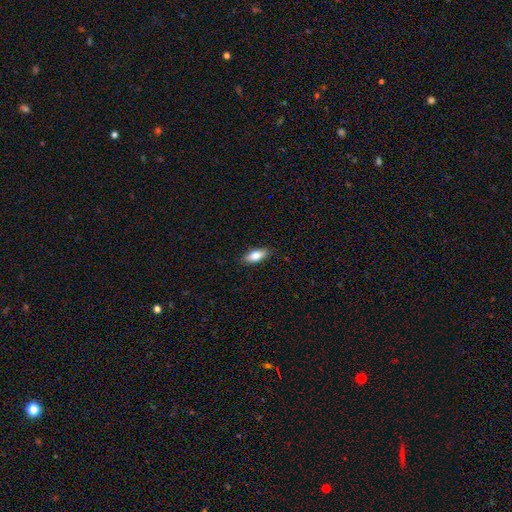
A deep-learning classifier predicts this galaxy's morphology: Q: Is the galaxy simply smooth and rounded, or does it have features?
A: smooth — 76%.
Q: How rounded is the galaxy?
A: in between — 81%.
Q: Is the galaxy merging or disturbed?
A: none — 88%.